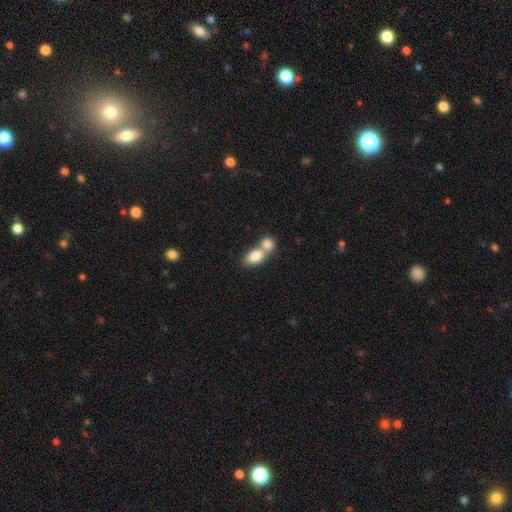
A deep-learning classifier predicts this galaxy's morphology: This is clearly a smooth galaxy (81%). How rounded: clearly in between (84%). Merging: likely merger (66%).